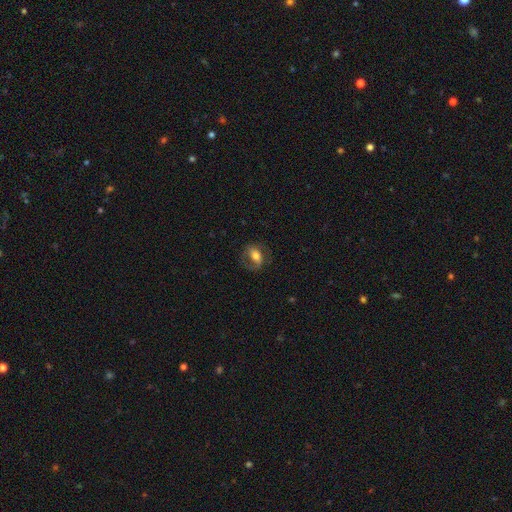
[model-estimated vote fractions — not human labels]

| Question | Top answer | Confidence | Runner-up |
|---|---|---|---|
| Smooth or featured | smooth | 50% | featured or disk (42%) |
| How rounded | in between | 78% | round (18%) |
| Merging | none | 63% | minor disturbance (19%) |